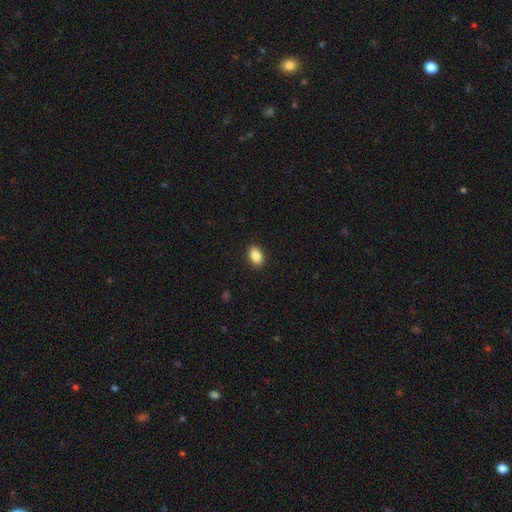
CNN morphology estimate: smooth 87%, star or artifact 8%, featured or disk 5%. Down the decision tree: how rounded — in between (86%); merging — none (90%).